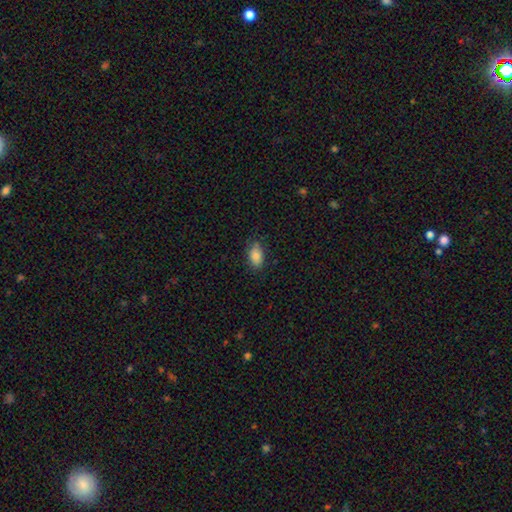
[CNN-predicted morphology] A smooth galaxy with no disk features (87%) that is in between round and cigar-shaped (91%). Merging: none (78%).